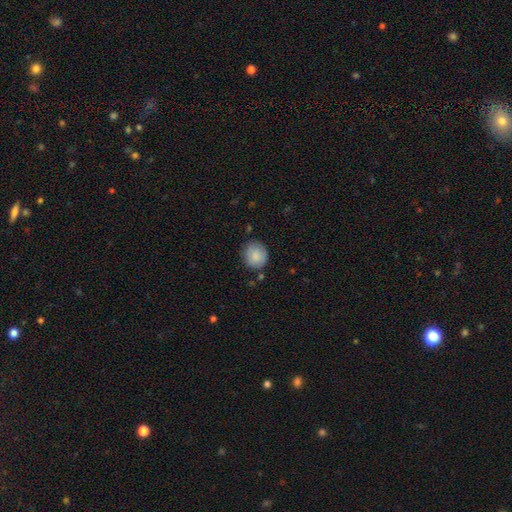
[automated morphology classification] type=smooth (85%); roundness=round (84%); merging=none (77%).